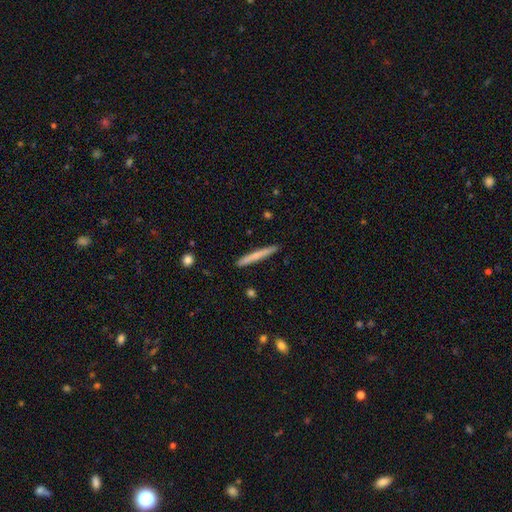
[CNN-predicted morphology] smooth-or-featured: smooth: 64% | featured or disk: 31% | star or artifact: 6%
  how-rounded: cigar-shaped: 97% | in between: 2% | round: 1%
  merging: none: 91% | minor disturbance: 7% | merger: 1% | major disturbance: 1%